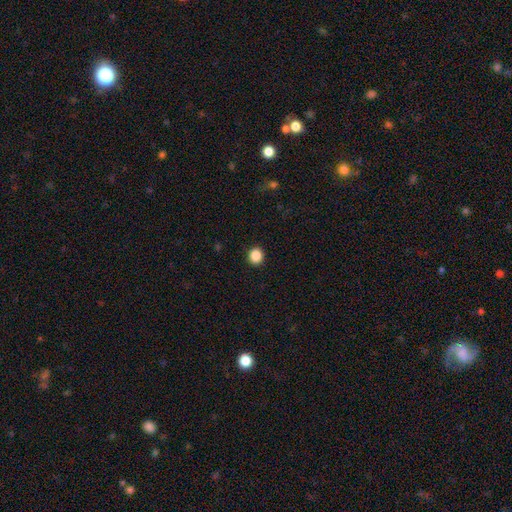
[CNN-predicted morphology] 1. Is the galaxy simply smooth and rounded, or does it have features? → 87% smooth, 10% star or artifact, 3% featured or disk.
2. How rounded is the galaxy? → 85% round, 14% in between, 1% cigar-shaped.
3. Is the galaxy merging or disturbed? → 92% none, 5% minor disturbance, 2% major disturbance, 1% merger.